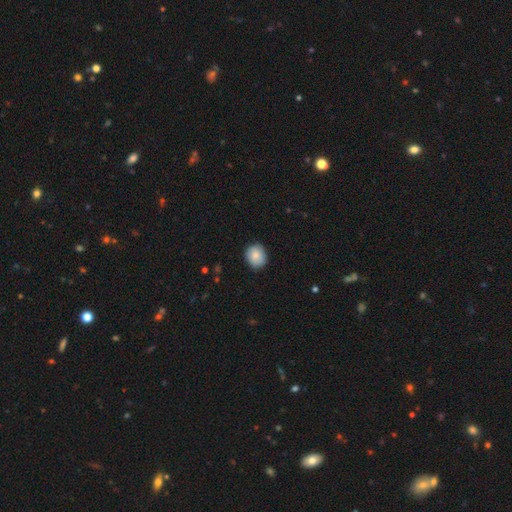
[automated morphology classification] A smooth galaxy with no disk features (86%) that is round (72%). Merging: none (86%).